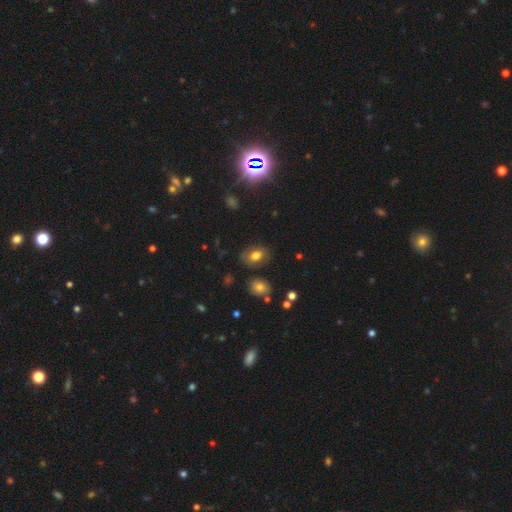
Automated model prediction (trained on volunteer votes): Morphology: type=smooth (72%); roundness=in between (80%); merging=none (77%).